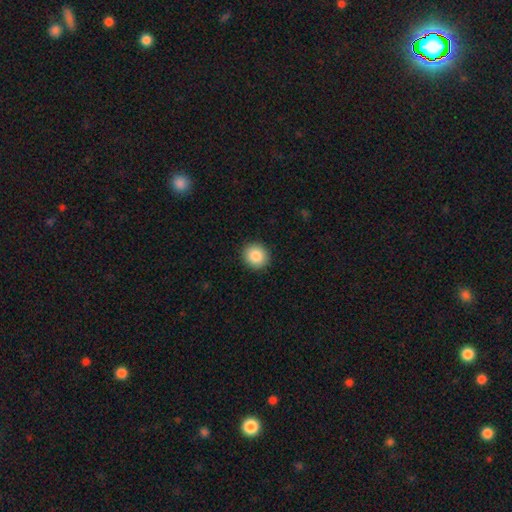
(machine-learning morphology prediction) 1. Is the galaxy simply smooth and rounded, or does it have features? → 87% smooth, 8% star or artifact, 5% featured or disk.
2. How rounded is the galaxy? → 85% round, 14% in between, 1% cigar-shaped.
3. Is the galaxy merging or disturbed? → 92% none, 5% minor disturbance, 2% major disturbance, 1% merger.